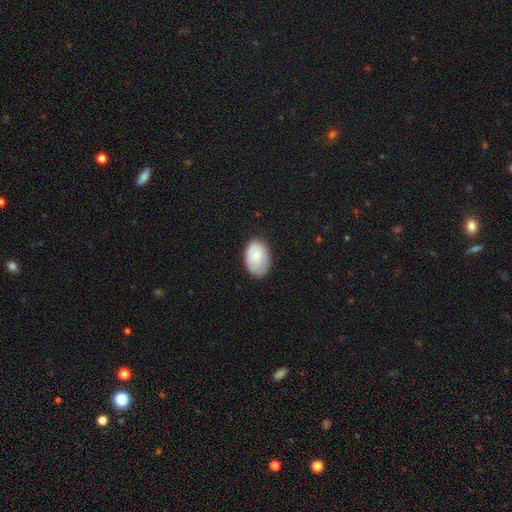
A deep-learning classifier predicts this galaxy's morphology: A smooth galaxy with no disk features (78%) that is in between round and cigar-shaped (87%). Merging: none (77%).